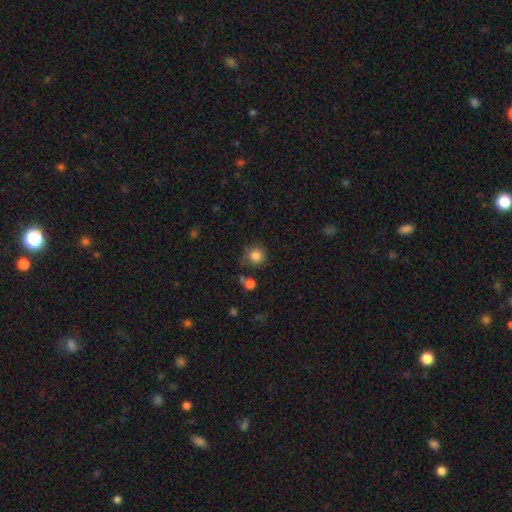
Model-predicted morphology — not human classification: The model was most divided on "merging": none: 75%, minor disturbance: 14%, merger: 6%, major disturbance: 5%. More confident: how rounded — round (92%); smooth or featured — smooth (84%).